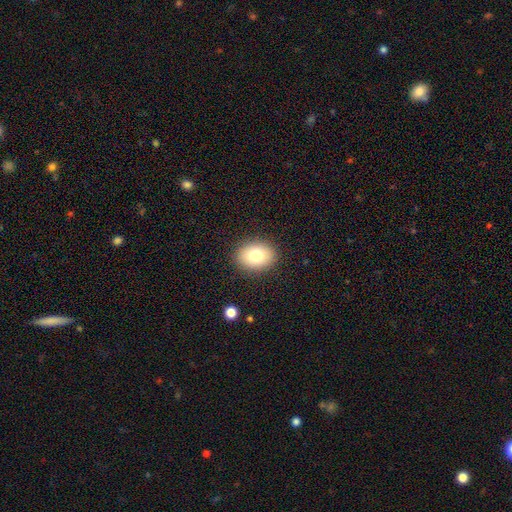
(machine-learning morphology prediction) Smooth or featured?
  - smooth: 79% *
  - featured or disk: 12%
  - star or artifact: 9%
How rounded?
  - in between: 59% *
  - round: 40%
  - cigar-shaped: 1%
Merging?
  - none: 88% *
  - minor disturbance: 8%
  - major disturbance: 2%
  - merger: 1%